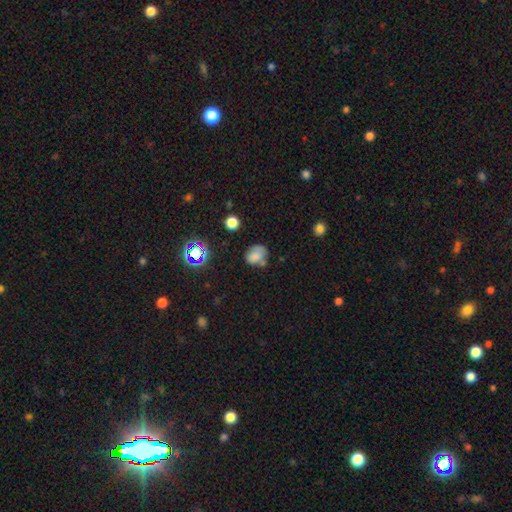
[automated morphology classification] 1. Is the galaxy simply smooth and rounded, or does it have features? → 74% smooth, 15% star or artifact, 10% featured or disk.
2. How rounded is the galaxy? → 53% in between, 46% round, 1% cigar-shaped.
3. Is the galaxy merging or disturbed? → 51% none, 28% minor disturbance, 12% merger, 10% major disturbance.